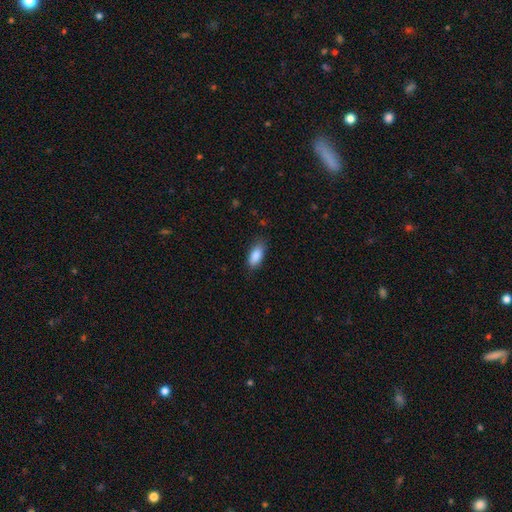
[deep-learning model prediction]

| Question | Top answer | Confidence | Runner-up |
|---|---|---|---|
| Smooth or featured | smooth | 87% | star or artifact (7%) |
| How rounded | in between | 87% | cigar-shaped (11%) |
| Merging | none | 80% | minor disturbance (15%) |